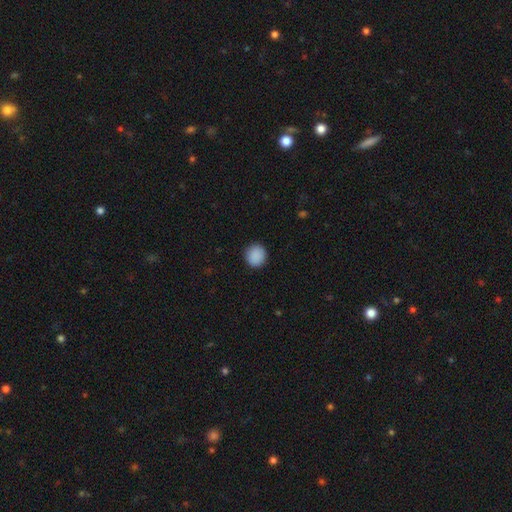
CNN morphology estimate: This appears to be a smooth galaxy with no disk features (90%) that is round (91%). Merging: none (91%).